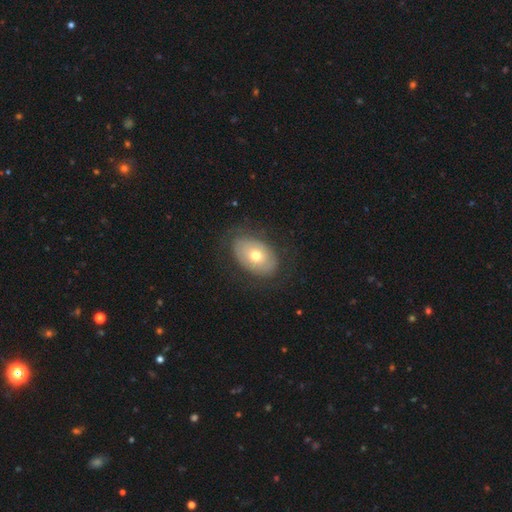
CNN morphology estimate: This appears to be a smooth galaxy with no disk features (56%) that is in between round and cigar-shaped (84%). Merging: none (75%).